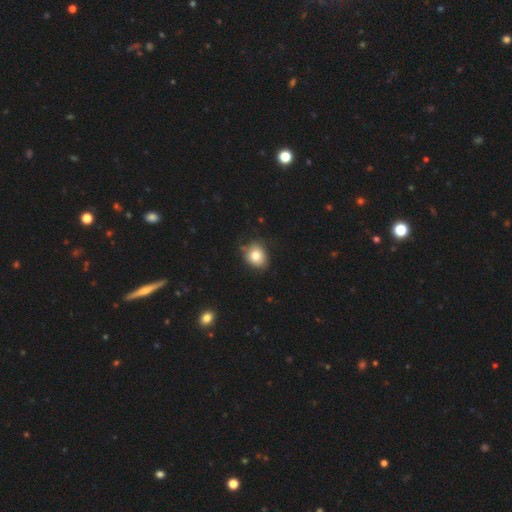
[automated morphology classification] smooth_or_featured: smooth (p=0.81) [alt: star or artifact p=0.10]
how_rounded: round (p=0.55) [alt: in between p=0.44]
merging: none (p=0.73) [alt: minor disturbance p=0.21]